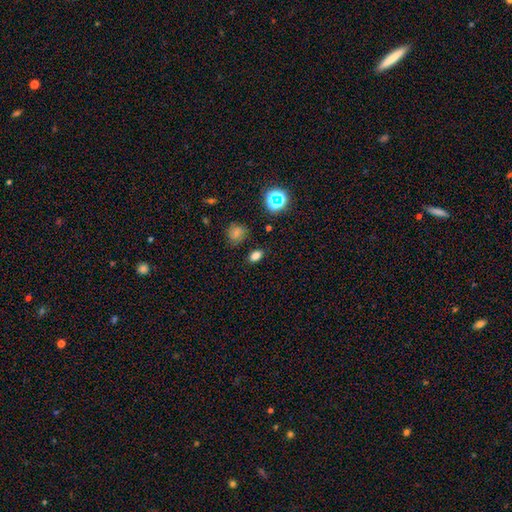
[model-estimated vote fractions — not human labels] Smooth or featured?
  - smooth: 75% *
  - star or artifact: 18%
  - featured or disk: 7%
How rounded?
  - in between: 80% *
  - round: 17%
  - cigar-shaped: 3%
Merging?
  - none: 82% *
  - minor disturbance: 12%
  - major disturbance: 3%
  - merger: 3%